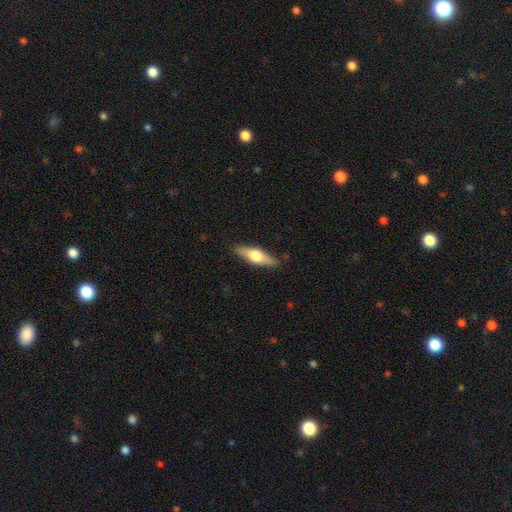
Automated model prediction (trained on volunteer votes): This appears to be a featured or disk galaxy (49%). Merging: none (86%).